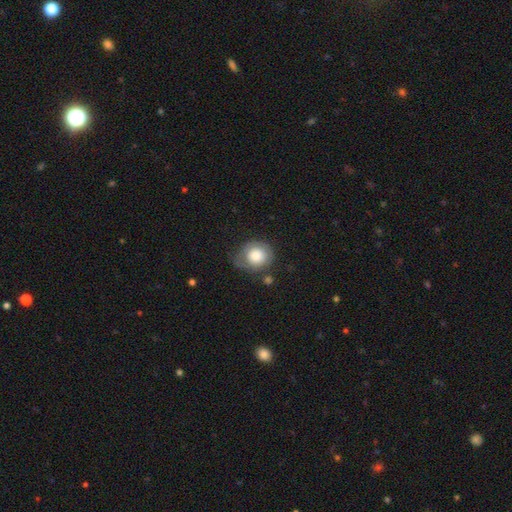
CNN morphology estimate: Smooth or featured? smooth (75%)
How rounded? round (78%)
Merging? none (51%)